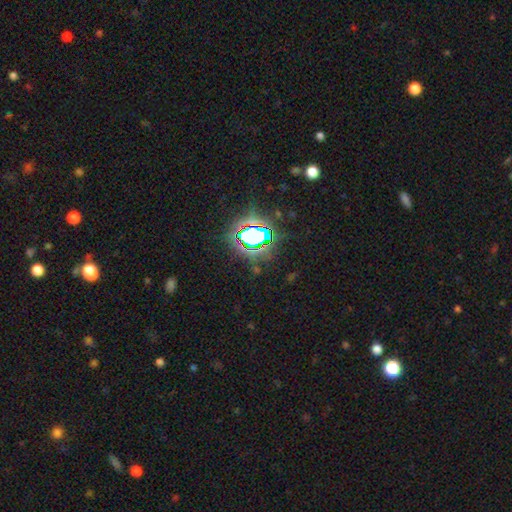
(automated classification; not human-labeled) smooth_or_featured: star or artifact (p=0.83) [alt: smooth p=0.11]